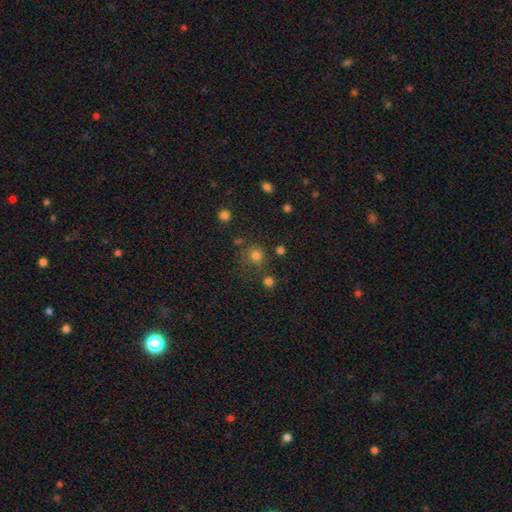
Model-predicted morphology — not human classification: A smooth galaxy with no disk features (73%) that is round (89%).

Vote fractions:
- Smooth or featured? smooth: 73% / star or artifact: 21% / featured or disk: 7%
- How rounded? round: 89% / in between: 10% / cigar-shaped: 1%
- Merging? none: 69% / merger: 13% / minor disturbance: 12% / major disturbance: 6%